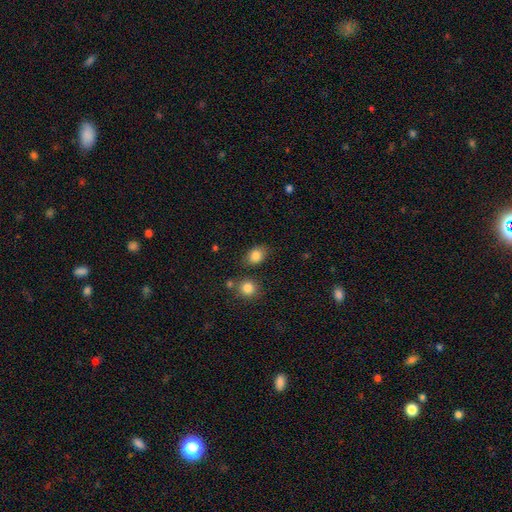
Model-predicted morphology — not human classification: Smooth or featured: smooth — 84% (star or artifact — 10%)
How rounded: in between — 62% (round — 36%)
Merging: none — 77% (minor disturbance — 13%)